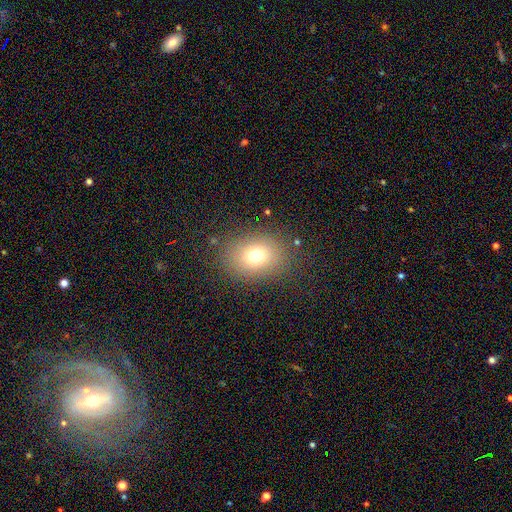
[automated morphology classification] This appears to be a smooth galaxy with no disk features (72%) that is in between round and cigar-shaped (57%). Merging: none (83%).